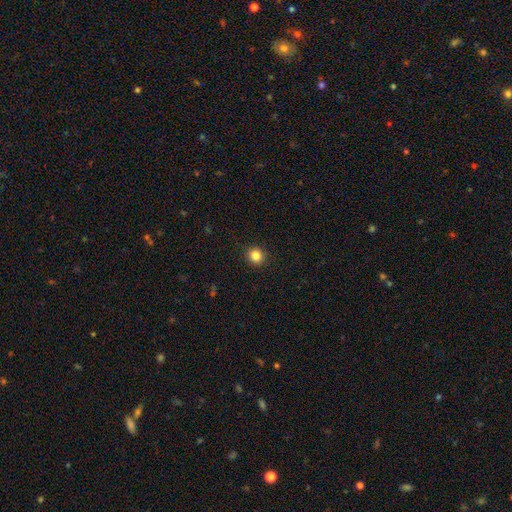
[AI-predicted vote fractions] Overall: smooth (84%). How rounded: round (92%). Merging: none (92%).